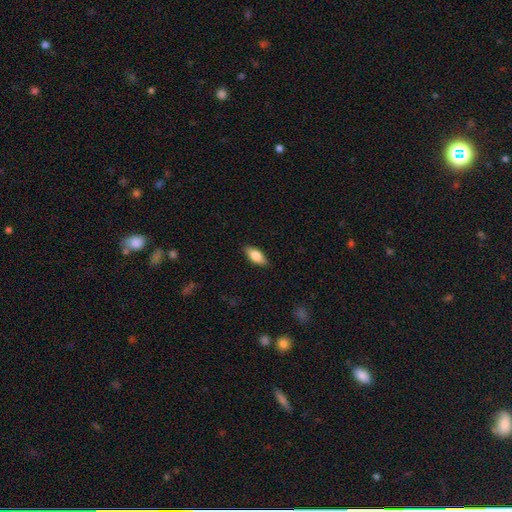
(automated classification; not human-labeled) Smooth or featured? Predicted: smooth (p=0.78). How rounded? Predicted: in between (p=0.83). Merging? Predicted: none (p=0.88).